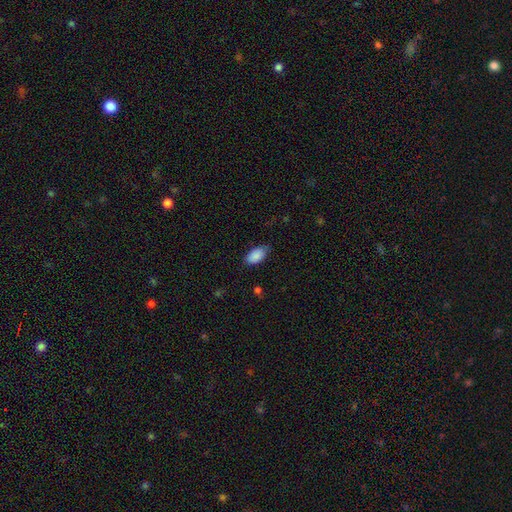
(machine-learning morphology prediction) smooth_or_featured: smooth (p=0.88) [alt: star or artifact p=0.07]
how_rounded: in between (p=0.94) [alt: round p=0.03]
merging: none (p=0.69) [alt: minor disturbance p=0.26]